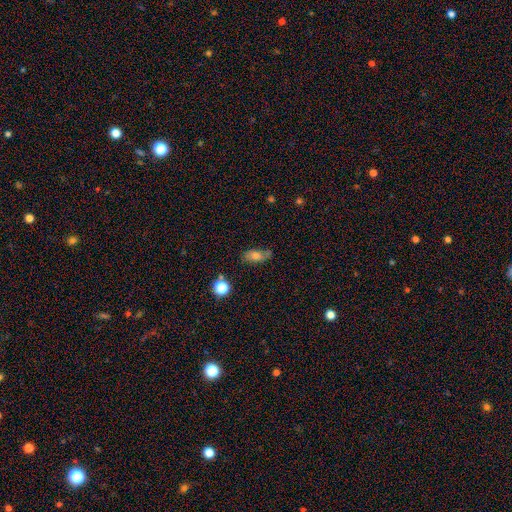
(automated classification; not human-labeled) smooth_or_featured: smooth (p=0.64) [alt: featured or disk p=0.24]
how_rounded: in between (p=0.82) [alt: round p=0.09]
merging: none (p=0.62) [alt: minor disturbance p=0.26]